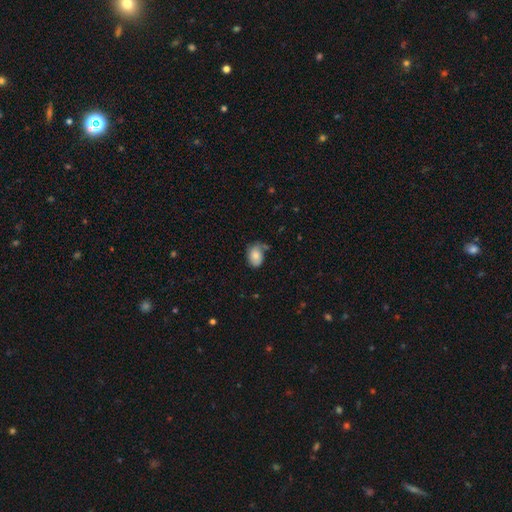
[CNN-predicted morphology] Overall: smooth (72%). How rounded: in between (77%). Merging: none (53%; minor disturbance 31%).